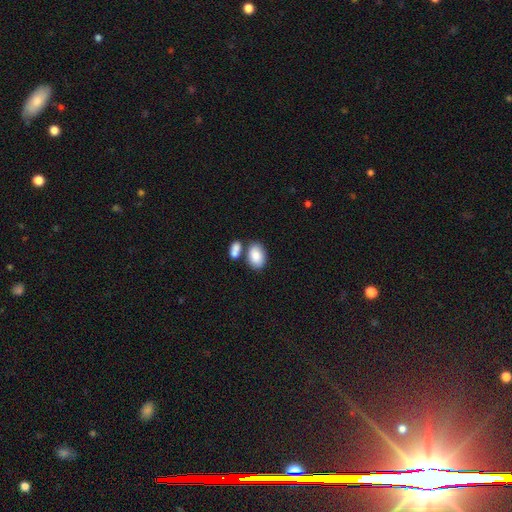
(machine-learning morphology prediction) Overall: smooth (86%). How rounded: in between (88%). Merging: none (51%; merger 32%).